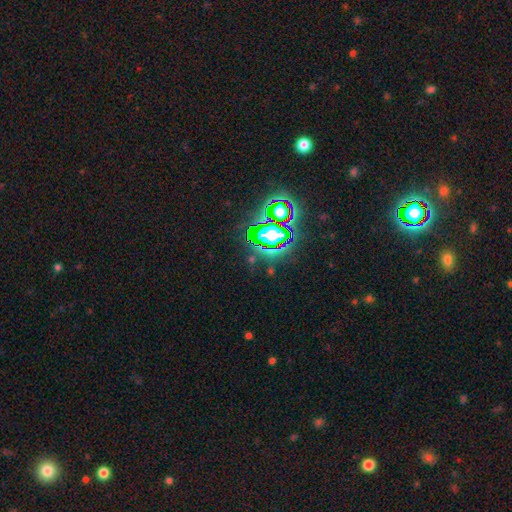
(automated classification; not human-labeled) This is likely a star or artifact rather than a galaxy (75%).